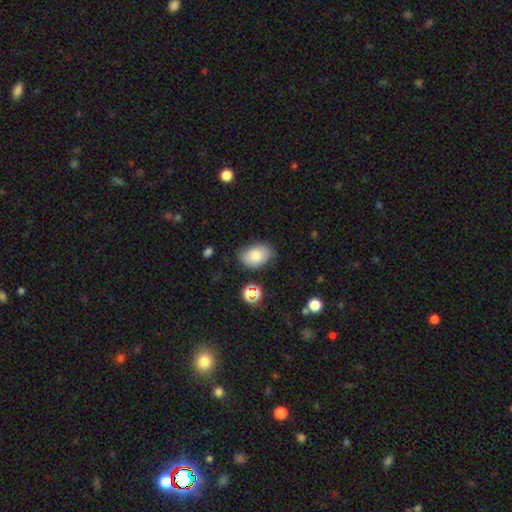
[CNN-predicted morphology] Smooth or featured? smooth (82%)
How rounded? in between (88%)
Merging? none (77%)